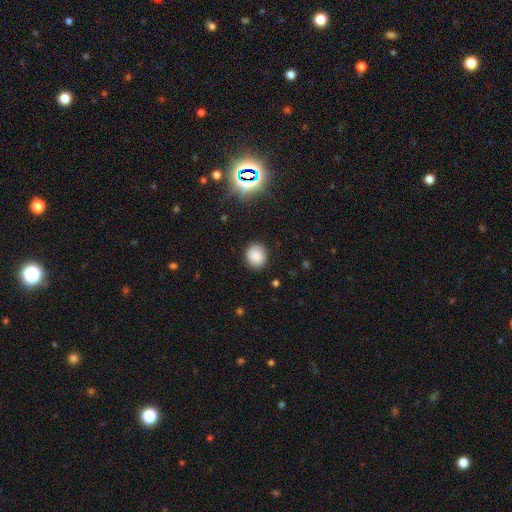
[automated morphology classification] type=smooth (84%); roundness=round (81%); merging=none (87%).